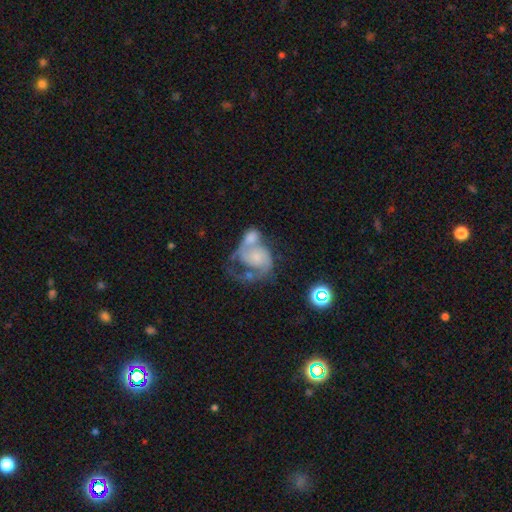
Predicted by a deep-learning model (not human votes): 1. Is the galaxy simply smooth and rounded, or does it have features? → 71% featured or disk, 21% smooth, 8% star or artifact.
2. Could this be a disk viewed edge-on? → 98% no, 2% yes.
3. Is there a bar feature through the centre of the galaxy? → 74% no, 21% weak, 4% strong.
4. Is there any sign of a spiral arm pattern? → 84% yes, 16% no.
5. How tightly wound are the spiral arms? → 45% medium, 29% loose, 26% tight.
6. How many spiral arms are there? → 62% 2, 20% 1, 12% can't tell, 3% 3, 1% 4, 1% more than 4.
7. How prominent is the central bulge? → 43% small, 29% moderate, 18% none, 7% large, 2% dominant.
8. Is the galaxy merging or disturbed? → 55% merger, 20% major disturbance, 15% none, 10% minor disturbance.